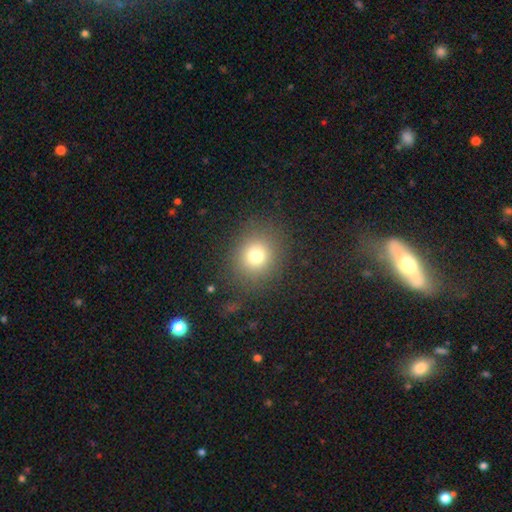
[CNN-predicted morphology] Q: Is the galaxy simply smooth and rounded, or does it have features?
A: smooth — 76%.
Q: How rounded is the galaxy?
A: round — 80%.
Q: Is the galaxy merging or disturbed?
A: none — 84%.